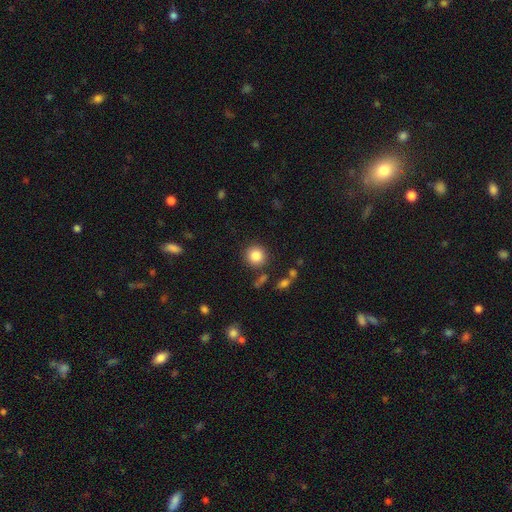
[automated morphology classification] smooth-or-featured: smooth: 85% | star or artifact: 9% | featured or disk: 6%
  how-rounded: round: 92% | in between: 7% | cigar-shaped: 1%
  merging: none: 86% | minor disturbance: 8% | merger: 4% | major disturbance: 3%